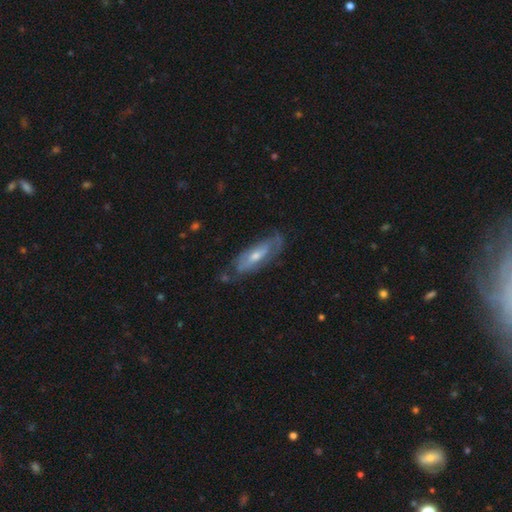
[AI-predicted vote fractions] A featured or disk galaxy (65%). Merging: none (67%).